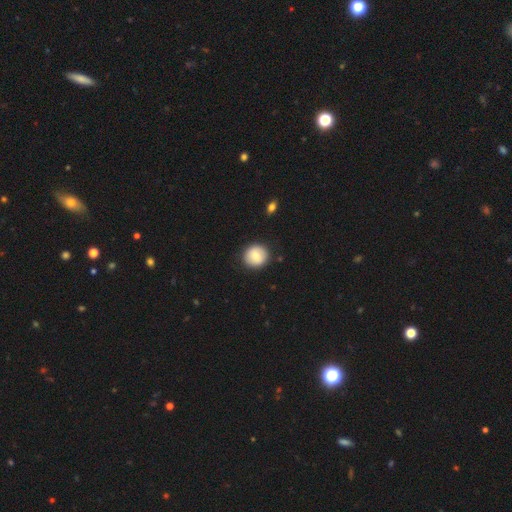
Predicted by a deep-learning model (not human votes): The model was most divided on "smooth or featured": smooth: 79%, featured or disk: 14%, star or artifact: 8%. More confident: how rounded — round (90%); merging — none (89%).